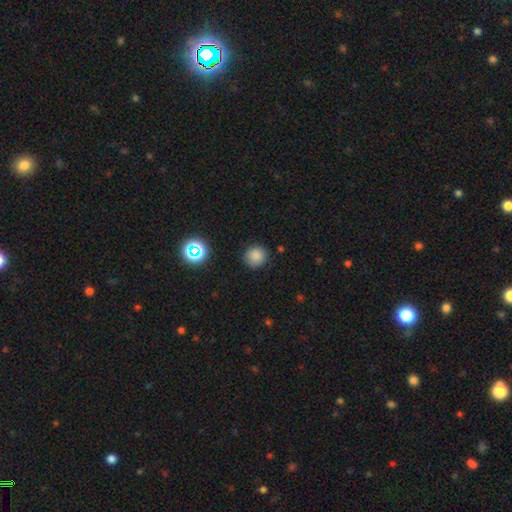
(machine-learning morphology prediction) smooth 82%, star or artifact 14%, featured or disk 4%. Down the decision tree: how rounded — round (91%); merging — none (86%).